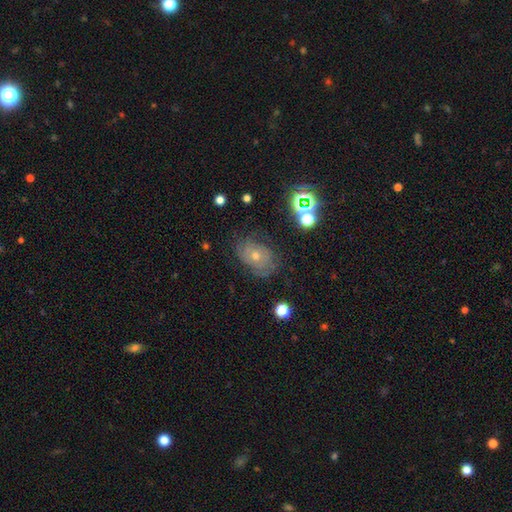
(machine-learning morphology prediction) smooth-or-featured: featured or disk: 57% | star or artifact: 22% | smooth: 22%
  disk-edge-on: no: 95% | yes: 5%
    bar: no: 84% | weak: 13% | strong: 3%
    has-spiral-arms: yes: 78% | no: 22%
    bulge-size: small: 54% | moderate: 42% | large: 2% | none: 1% | dominant: 1%
  merging: none: 71% | minor disturbance: 19% | major disturbance: 9% | merger: 2%